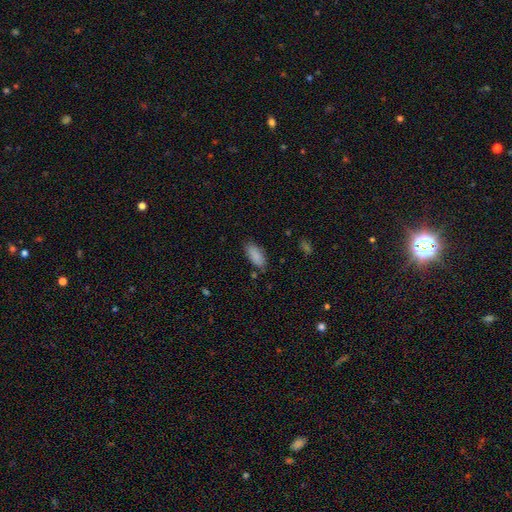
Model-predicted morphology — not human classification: This is clearly a smooth galaxy (88%). How rounded: clearly in between (86%). Merging: likely none (79%).